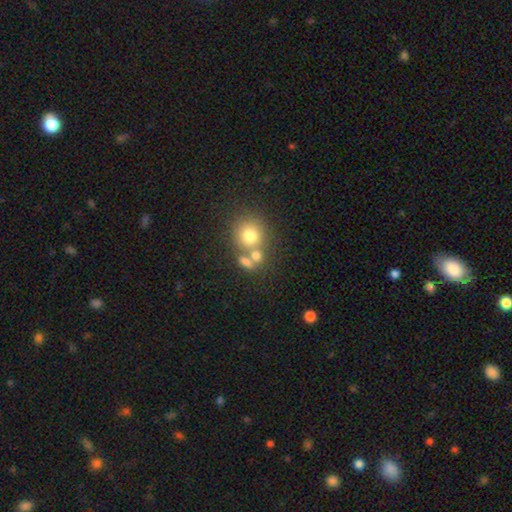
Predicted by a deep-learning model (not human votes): Smooth or featured? smooth (71%)
How rounded? round (74%)
Merging? none (45%)